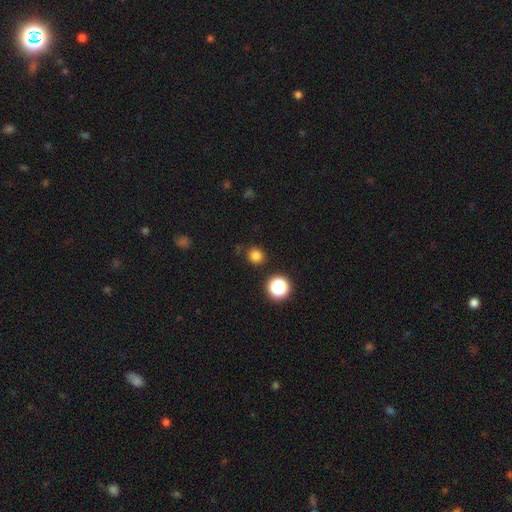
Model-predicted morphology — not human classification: Smooth or featured: smooth — 79% (star or artifact — 16%)
How rounded: round — 91% (in between — 8%)
Merging: none — 86% (minor disturbance — 8%)